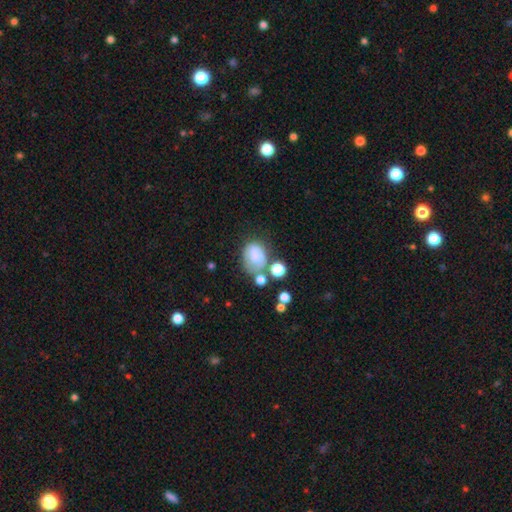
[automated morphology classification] This is likely a smooth galaxy (70%). How rounded: likely in between (61%). Merging: marginally none (44%).